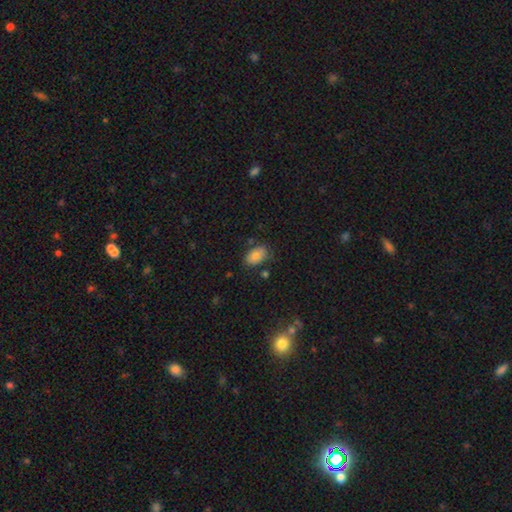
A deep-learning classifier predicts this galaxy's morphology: smooth_or_featured: smooth (p=0.81) [alt: featured or disk p=0.10]
how_rounded: in between (p=0.90) [alt: round p=0.09]
merging: none (p=0.73) [alt: minor disturbance p=0.19]